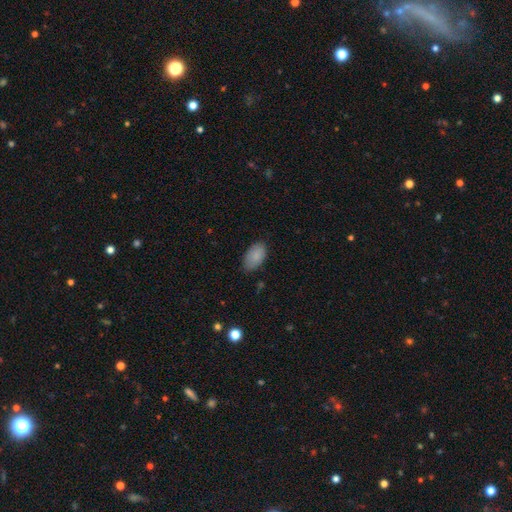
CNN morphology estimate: Smooth or featured?
  - smooth: 88% *
  - star or artifact: 7%
  - featured or disk: 6%
How rounded?
  - in between: 95% *
  - round: 3%
  - cigar-shaped: 2%
Merging?
  - none: 79% *
  - minor disturbance: 17%
  - major disturbance: 3%
  - merger: 1%